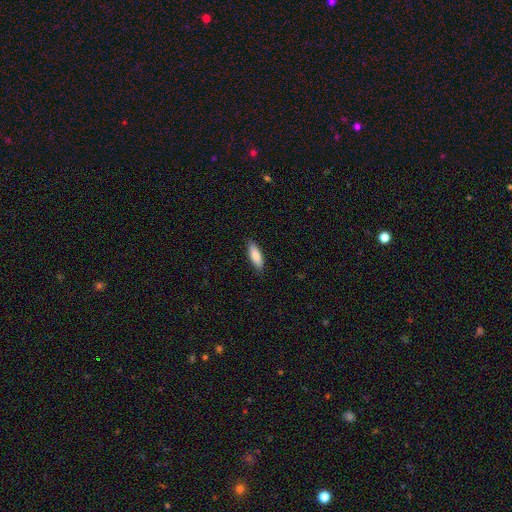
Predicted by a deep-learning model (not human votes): smooth-or-featured: smooth: 85% | featured or disk: 9% | star or artifact: 6%
  how-rounded: in between: 58% | cigar-shaped: 41% | round: 2%
  merging: none: 87% | minor disturbance: 10% | major disturbance: 2% | merger: 1%